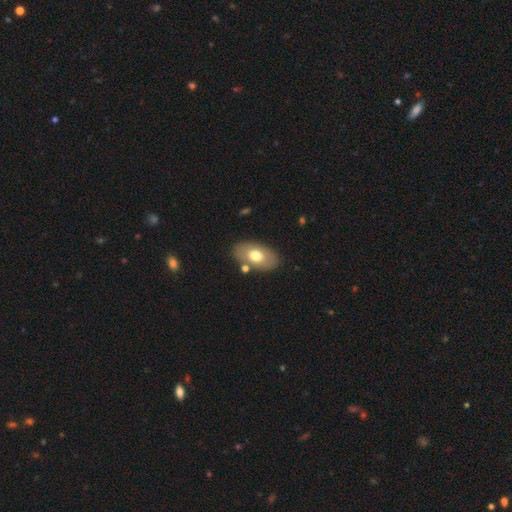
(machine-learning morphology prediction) Overall: smooth (68%). How rounded: in between (92%). Merging: none (81%).